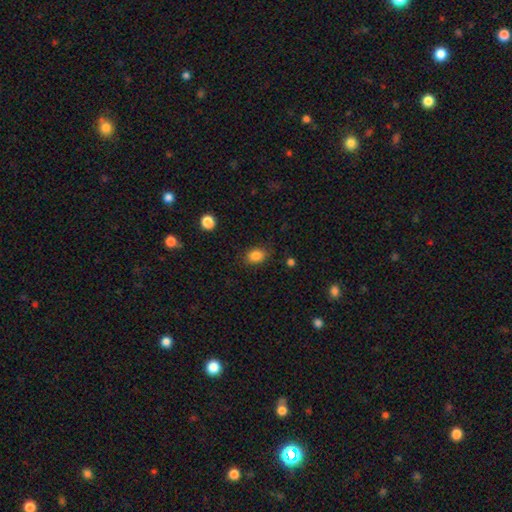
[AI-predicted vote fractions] Morphology: type=smooth (86%); roundness=in between (70%); merging=none (84%).